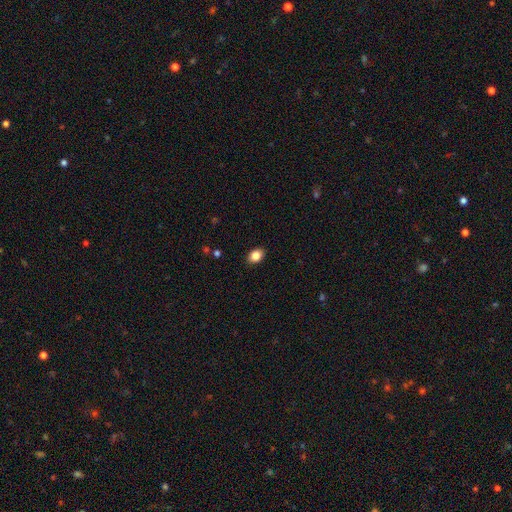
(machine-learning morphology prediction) The model was most divided on "how rounded": in between: 78%, round: 21%, cigar-shaped: 1%. More confident: merging — none (89%); smooth or featured — smooth (85%).